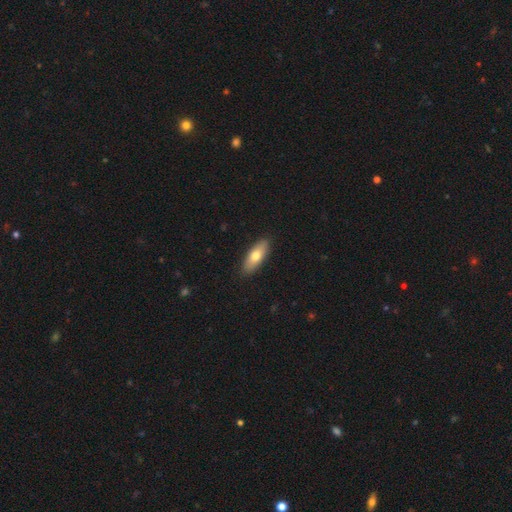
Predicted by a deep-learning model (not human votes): Morphology: type=smooth (71%); roundness=in between (71%); merging=none (89%).